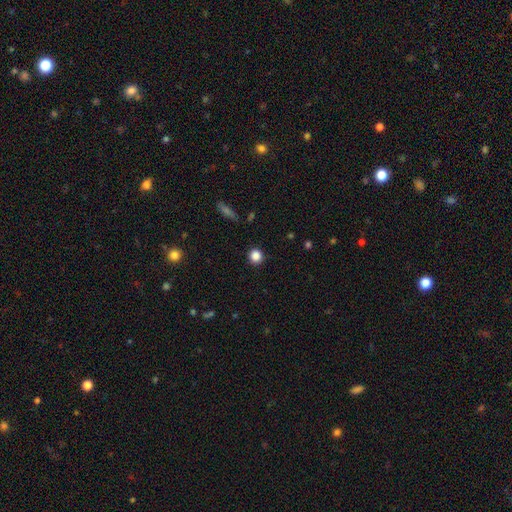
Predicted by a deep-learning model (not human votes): smooth_or_featured: smooth (p=0.85) [alt: star or artifact p=0.11]
how_rounded: round (p=0.91) [alt: in between p=0.07]
merging: none (p=0.90) [alt: minor disturbance p=0.07]